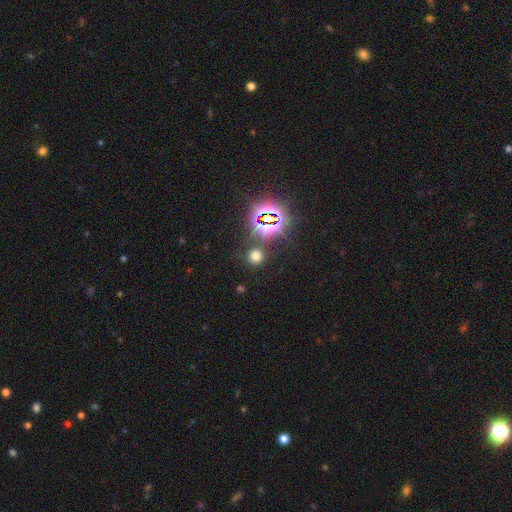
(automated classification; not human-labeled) A smooth galaxy with no disk features (60%) that is round (90%).

Vote fractions:
- Smooth or featured? smooth: 60% / star or artifact: 34% / featured or disk: 6%
- How rounded? round: 90% / in between: 9% / cigar-shaped: 1%
- Merging? none: 82% / minor disturbance: 9% / merger: 6% / major disturbance: 4%